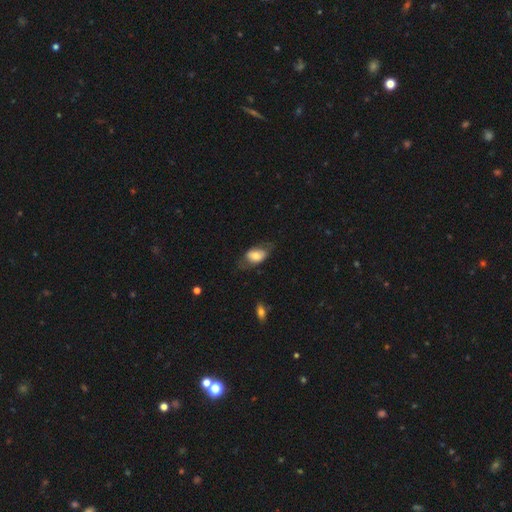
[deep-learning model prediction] Smooth or featured? smooth (67%)
How rounded? in between (88%)
Merging? none (56%)